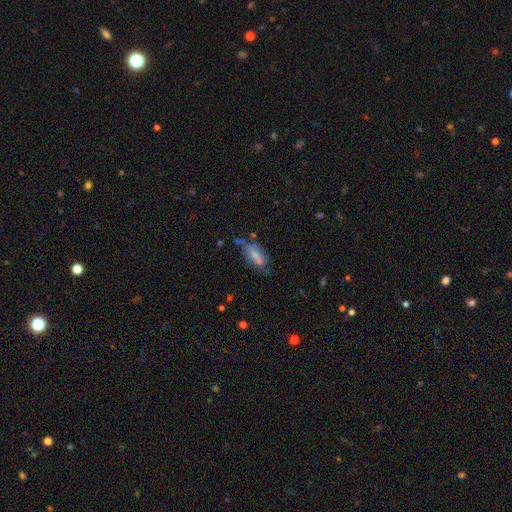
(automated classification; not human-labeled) This appears to be a smooth galaxy with no disk features (66%) that is in between round and cigar-shaped (72%). Merging: none (45%).